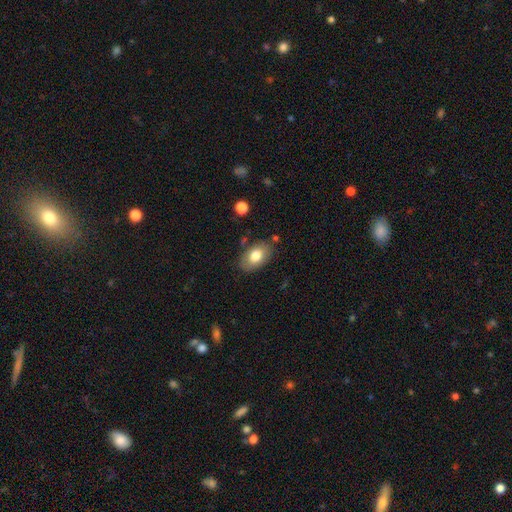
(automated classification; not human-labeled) smooth_or_featured: smooth (p=0.76) [alt: featured or disk p=0.17]
how_rounded: in between (p=0.90) [alt: round p=0.09]
merging: none (p=0.79) [alt: minor disturbance p=0.14]